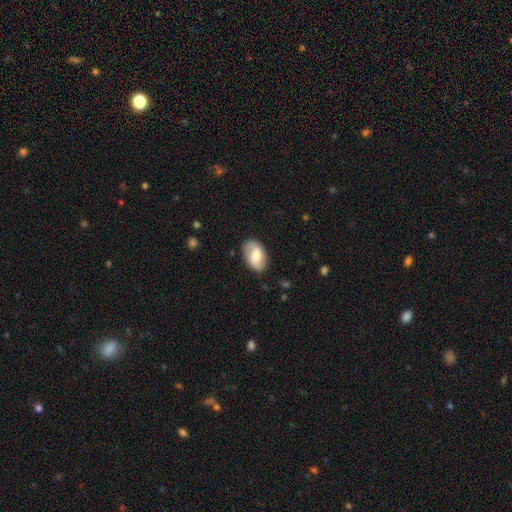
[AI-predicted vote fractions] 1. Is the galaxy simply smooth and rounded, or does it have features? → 47% featured or disk, 46% smooth, 7% star or artifact.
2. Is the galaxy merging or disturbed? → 83% none, 12% minor disturbance, 3% major disturbance, 1% merger.